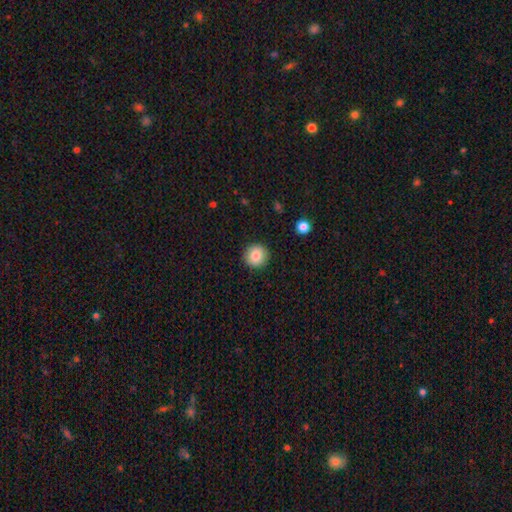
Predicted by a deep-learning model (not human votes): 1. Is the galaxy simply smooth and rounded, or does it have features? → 85% smooth, 9% star or artifact, 6% featured or disk.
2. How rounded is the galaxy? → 93% round, 6% in between, 1% cigar-shaped.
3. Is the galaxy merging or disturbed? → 91% none, 6% minor disturbance, 2% major disturbance, 1% merger.